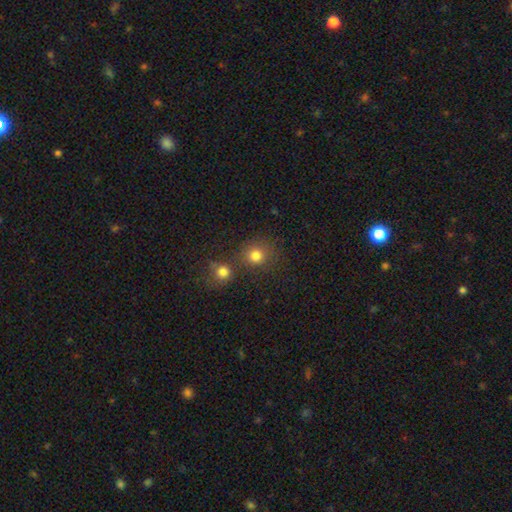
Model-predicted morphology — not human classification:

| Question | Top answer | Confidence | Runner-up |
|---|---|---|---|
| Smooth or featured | smooth | 79% | star or artifact (15%) |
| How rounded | round | 87% | in between (12%) |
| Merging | none | 66% | merger (22%) |